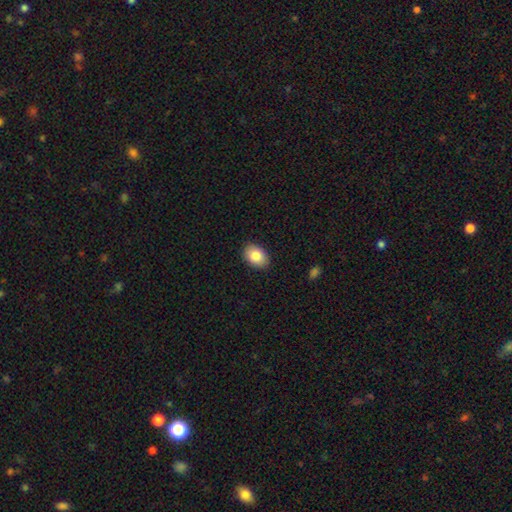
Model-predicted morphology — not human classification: This is clearly a smooth galaxy (85%). How rounded: clearly in between (82%). Merging: clearly none (90%).